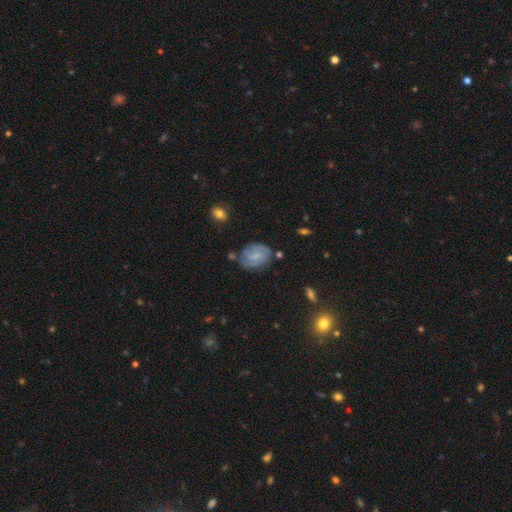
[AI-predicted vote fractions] Smooth or featured? featured or disk (49%)
Merging? none (66%)